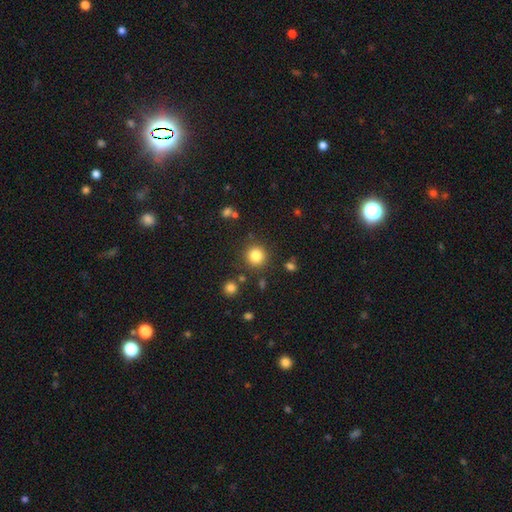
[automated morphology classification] A smooth galaxy with no disk features (83%) that is round (94%). Merging: none (87%).